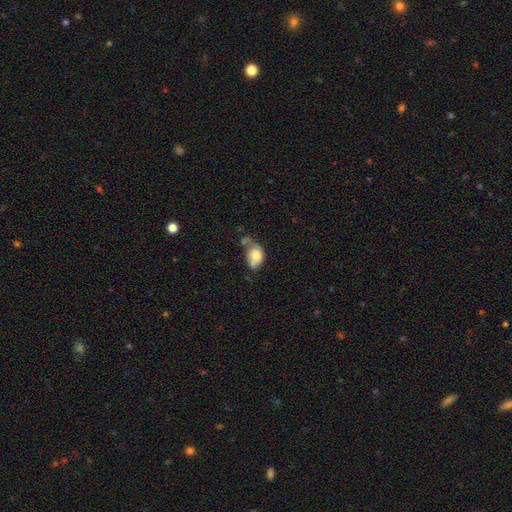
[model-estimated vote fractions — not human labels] smooth_or_featured: smooth (p=0.69) [alt: featured or disk p=0.22]
how_rounded: in between (p=0.78) [alt: round p=0.20]
merging: minor disturbance (p=0.29) [tied with: none p=0.29]